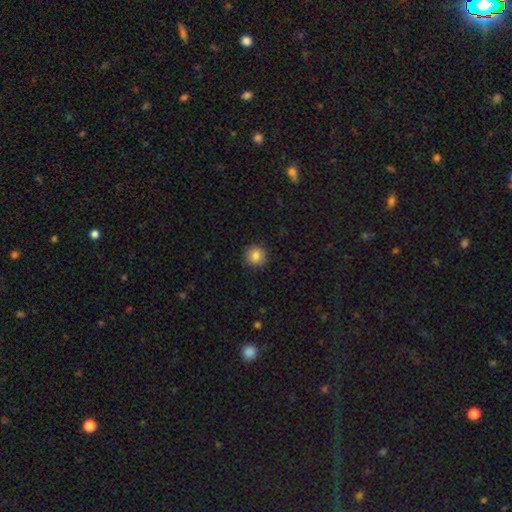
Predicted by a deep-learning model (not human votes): A smooth galaxy with no disk features (85%) that is round (94%).

Vote fractions:
- Smooth or featured? smooth: 85% / star or artifact: 10% / featured or disk: 5%
- How rounded? round: 94% / in between: 6% / cigar-shaped: 1%
- Merging? none: 91% / minor disturbance: 6% / major disturbance: 2% / merger: 1%